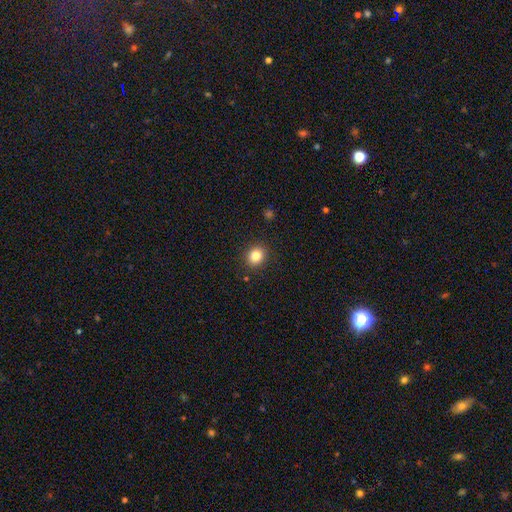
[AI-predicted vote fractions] Overall: smooth (83%). How rounded: round (70%). Merging: none (90%).